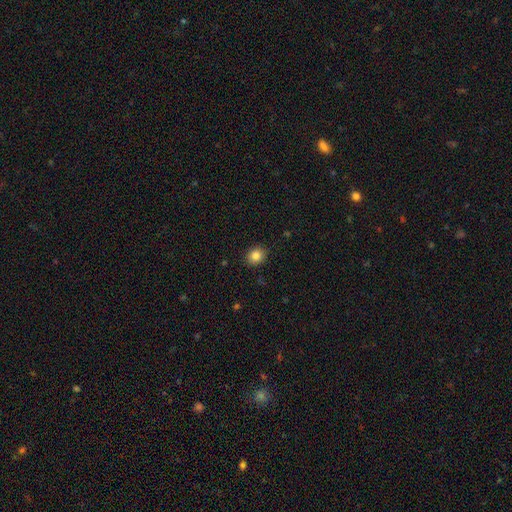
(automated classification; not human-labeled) This appears to be a smooth galaxy with no disk features (84%) that is round (65%). Merging: none (89%).